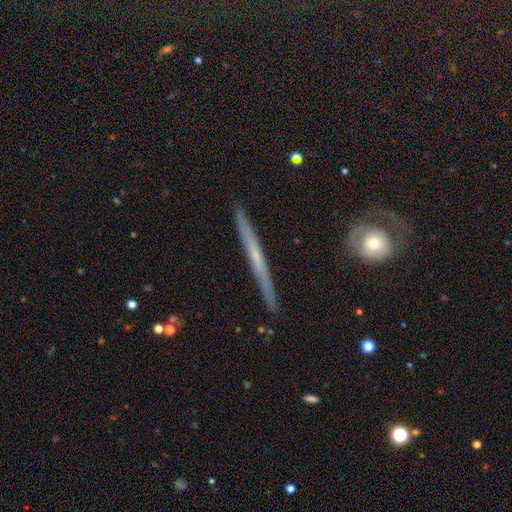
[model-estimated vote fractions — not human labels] smooth-or-featured: featured or disk: 62% | smooth: 29% | star or artifact: 8%
  disk-edge-on: yes: 96% | no: 4%
    edge-on-bulge: none: 79% | rounded: 16% | boxy: 5%
  merging: none: 89% | minor disturbance: 8% | major disturbance: 2% | merger: 1%